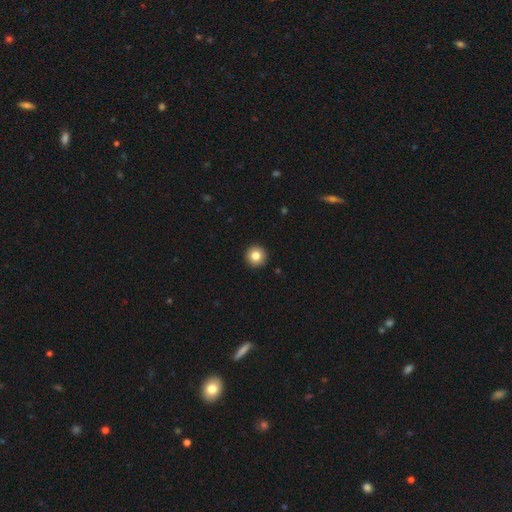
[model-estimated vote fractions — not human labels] A smooth galaxy with no disk features (83%) that is round (96%).

Vote fractions:
- Smooth or featured? smooth: 83% / star or artifact: 10% / featured or disk: 8%
- How rounded? round: 96% / in between: 3% / cigar-shaped: 1%
- Merging? none: 94% / minor disturbance: 4% / major disturbance: 1% / merger: 1%